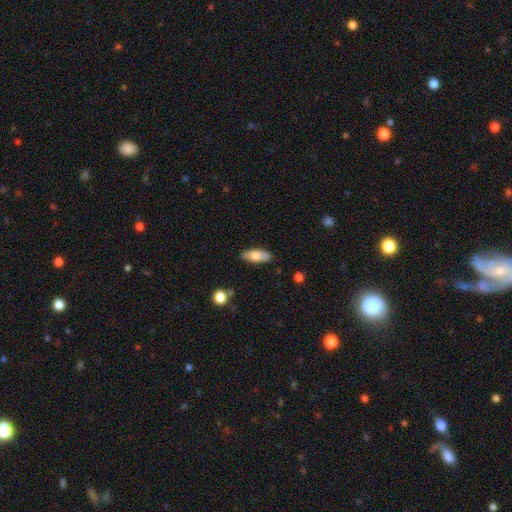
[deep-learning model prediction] Smooth or featured? Predicted: smooth (p=0.73). How rounded? Predicted: in between (p=0.79). Merging? Predicted: none (p=0.84).